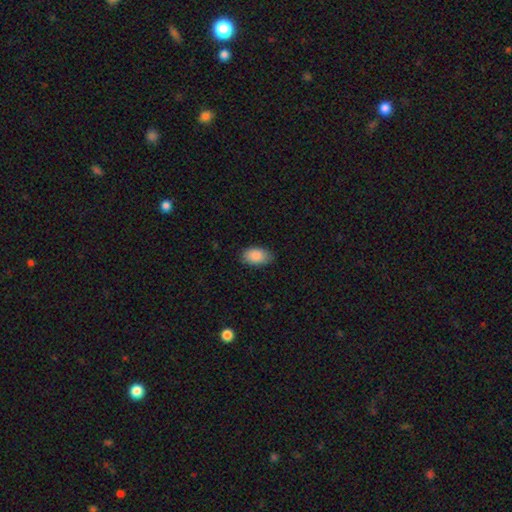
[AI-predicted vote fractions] Smooth or featured? Predicted: smooth (p=0.89). How rounded? Predicted: in between (p=0.93). Merging? Predicted: none (p=0.82).